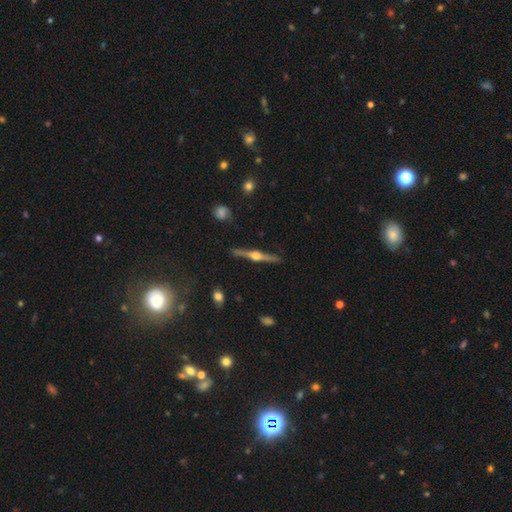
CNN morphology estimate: The model was most divided on "smooth or featured": featured or disk: 83%, smooth: 12%, star or artifact: 5%. More confident: edge-on disk — yes (98%); edge-on bulge — rounded (95%); merging — none (90%).